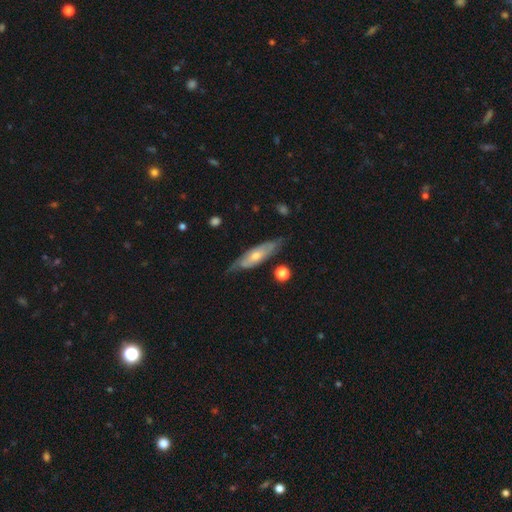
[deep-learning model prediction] A featured or disk galaxy (65%).

Vote fractions:
- Smooth or featured? featured or disk: 65% / smooth: 29% / star or artifact: 6%
- Edge-on disk? no: 64% / yes: 36%
- Merging? none: 69% / minor disturbance: 22% / major disturbance: 7% / merger: 2%